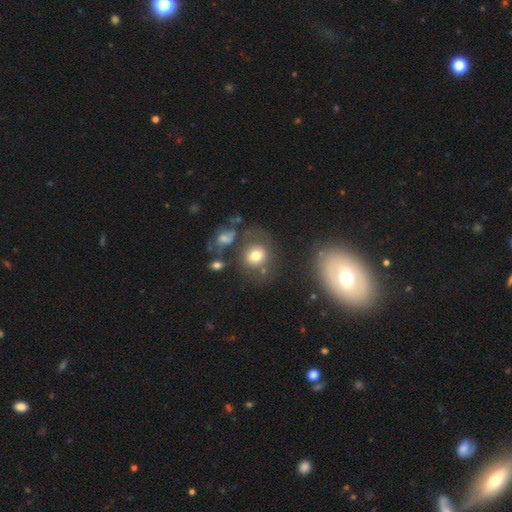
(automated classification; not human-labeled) Smooth or featured: smooth — 70% (featured or disk — 19%)
How rounded: round — 73% (in between — 26%)
Merging: none — 57% (minor disturbance — 17%)